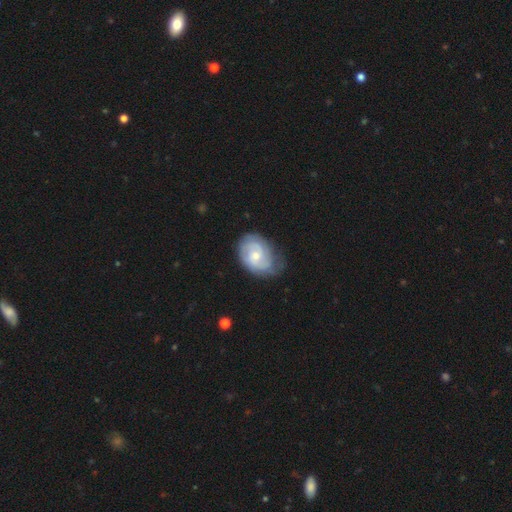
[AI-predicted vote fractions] Smooth or featured? Predicted: featured or disk (p=0.67). Edge-on disk? Predicted: no (p=0.97). Bar? Predicted: no (p=0.64). Spiral arms? Predicted: yes (p=0.86). Spiral winding? Predicted: tight (p=0.49). Spiral arm count? Predicted: 2 (p=0.49). Bulge size? Predicted: small (p=0.52). Merging? Predicted: none (p=0.60).